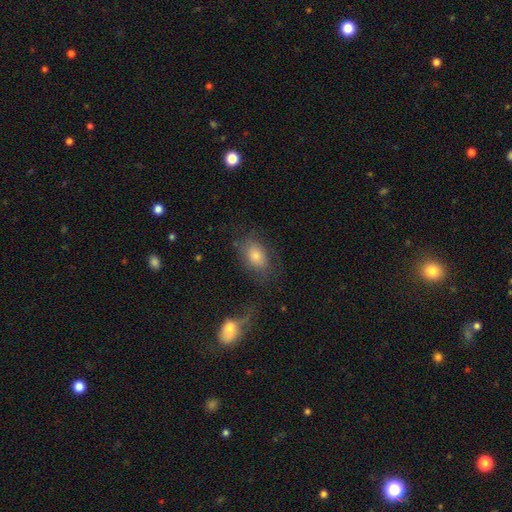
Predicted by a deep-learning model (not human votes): Smooth or featured: smooth — 68% (featured or disk — 20%)
How rounded: in between — 82% (round — 16%)
Merging: none — 60% (minor disturbance — 19%)